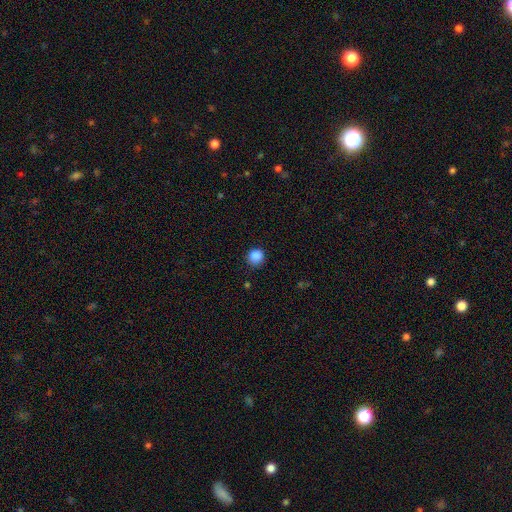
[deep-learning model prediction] smooth-or-featured: smooth: 87% | star or artifact: 10% | featured or disk: 3%
  how-rounded: round: 91% | in between: 8% | cigar-shaped: 1%
  merging: none: 85% | minor disturbance: 11% | major disturbance: 3% | merger: 1%